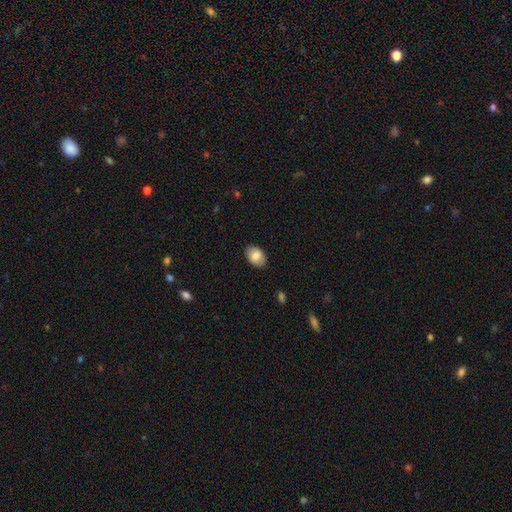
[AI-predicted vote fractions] smooth_or_featured: smooth (p=0.84) [alt: featured or disk p=0.10]
how_rounded: in between (p=0.86) [alt: round p=0.13]
merging: none (p=0.87) [alt: minor disturbance p=0.10]